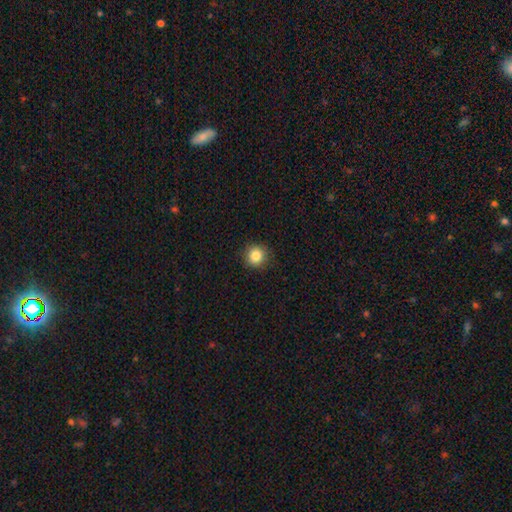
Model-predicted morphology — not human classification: Q: Smooth or featured?
A: smooth (85%); runner-up: star or artifact (10%)
Q: How rounded?
A: round (91%); runner-up: in between (8%)
Q: Merging?
A: none (90%); runner-up: minor disturbance (7%)